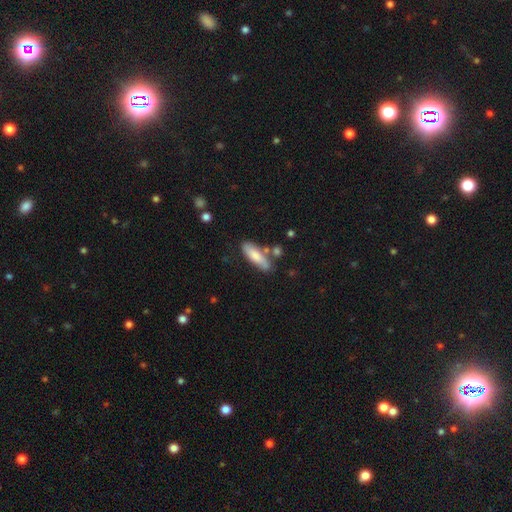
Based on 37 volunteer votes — smooth 86%, featured or disk 11%, star or artifact 3%. Down the decision tree: how rounded — cigar-shaped (53%); merging — none (56%).